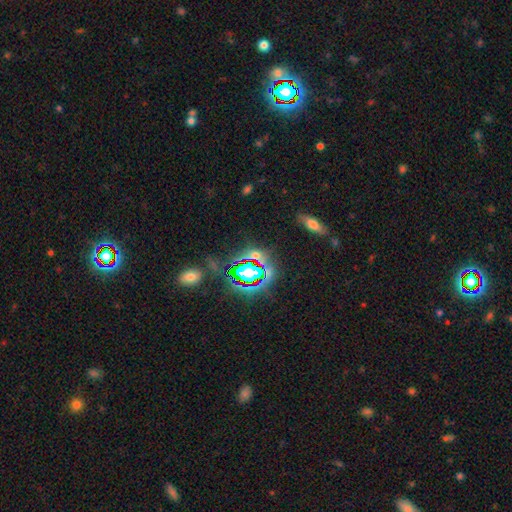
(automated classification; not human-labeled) A star or artifact, not a galaxy (63%).